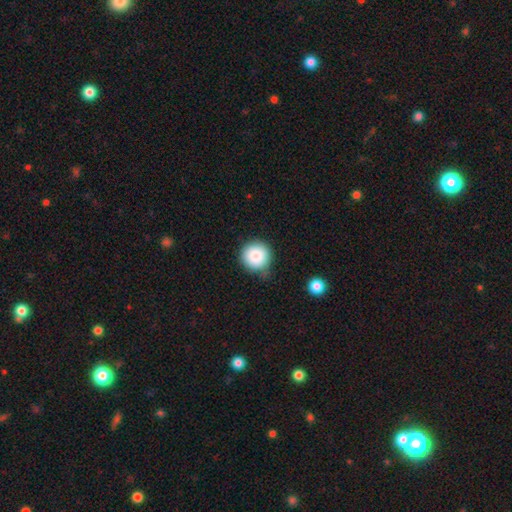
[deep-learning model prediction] The model was most divided on "merging": none: 75%, minor disturbance: 18%, major disturbance: 4%, merger: 3%. More confident: how rounded — round (95%); smooth or featured — smooth (85%).